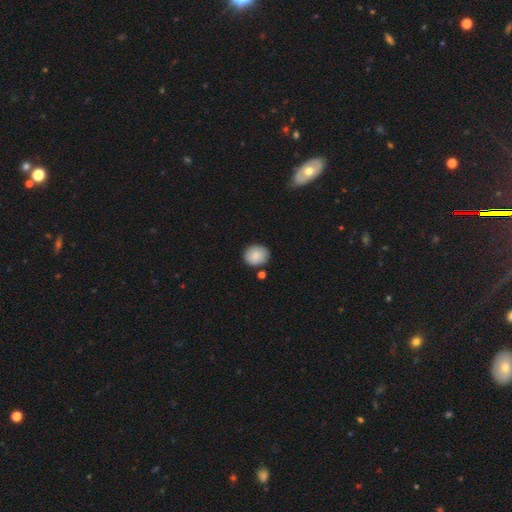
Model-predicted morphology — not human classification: Smooth or featured? smooth (87%)
How rounded? round (70%)
Merging? none (81%)